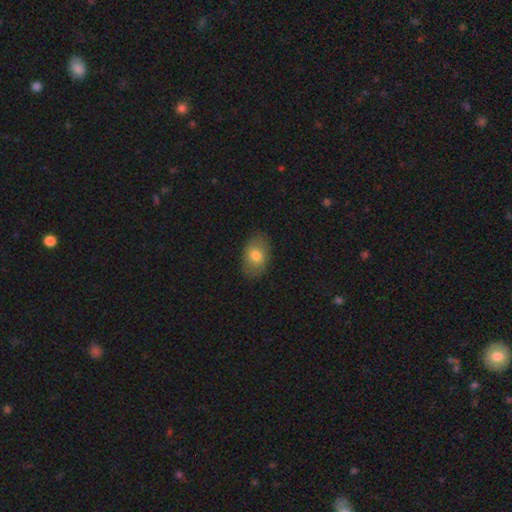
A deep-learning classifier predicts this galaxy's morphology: A smooth galaxy with no disk features (77%) that is in between round and cigar-shaped (85%).

Vote fractions:
- Smooth or featured? smooth: 77% / featured or disk: 15% / star or artifact: 8%
- How rounded? in between: 85% / round: 14% / cigar-shaped: 1%
- Merging? none: 84% / minor disturbance: 12% / major disturbance: 3% / merger: 1%